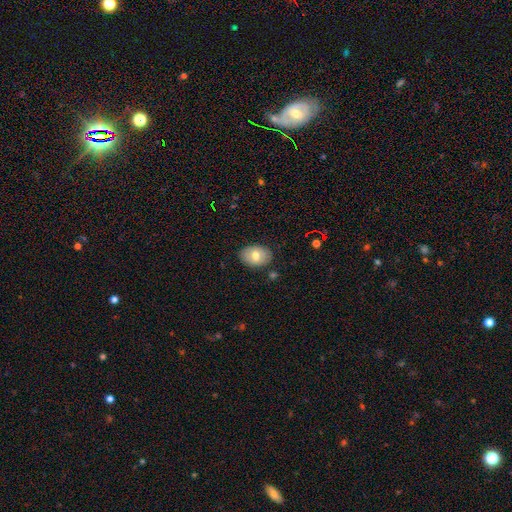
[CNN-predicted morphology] The model was most divided on "smooth or featured": smooth: 69%, featured or disk: 23%, star or artifact: 8%. More confident: merging — none (85%); how rounded — in between (77%).